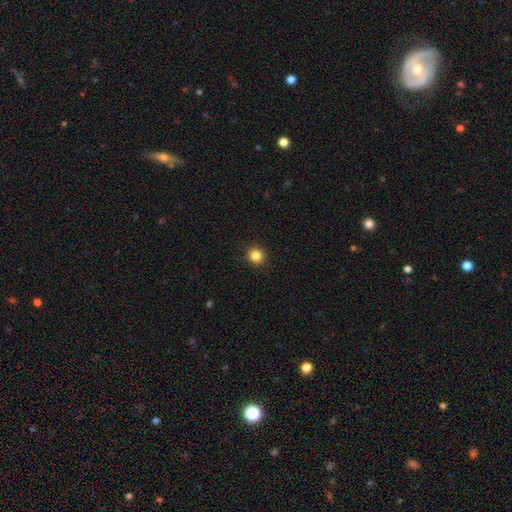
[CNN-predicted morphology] Smooth or featured?
  - smooth: 85% *
  - star or artifact: 11%
  - featured or disk: 4%
How rounded?
  - round: 90% *
  - in between: 9%
  - cigar-shaped: 1%
Merging?
  - none: 92% *
  - minor disturbance: 5%
  - major disturbance: 2%
  - merger: 1%